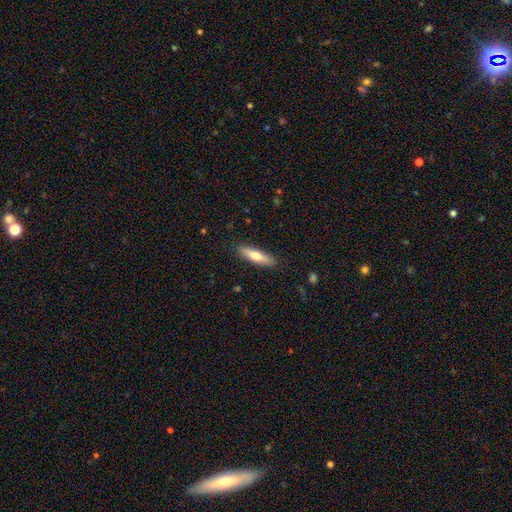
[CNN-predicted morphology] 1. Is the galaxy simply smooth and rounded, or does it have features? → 64% smooth, 30% featured or disk, 6% star or artifact.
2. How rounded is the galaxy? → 75% cigar-shaped, 24% in between, 2% round.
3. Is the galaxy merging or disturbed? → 89% none, 8% minor disturbance, 2% major disturbance, 1% merger.